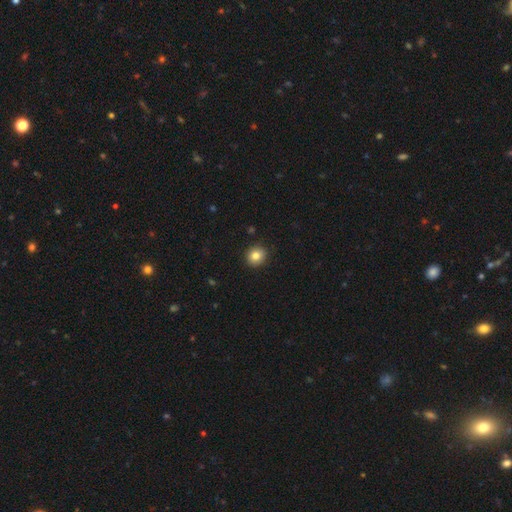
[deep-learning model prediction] Smooth or featured: smooth — 83% (star or artifact — 10%)
How rounded: round — 86% (in between — 13%)
Merging: none — 91% (minor disturbance — 6%)